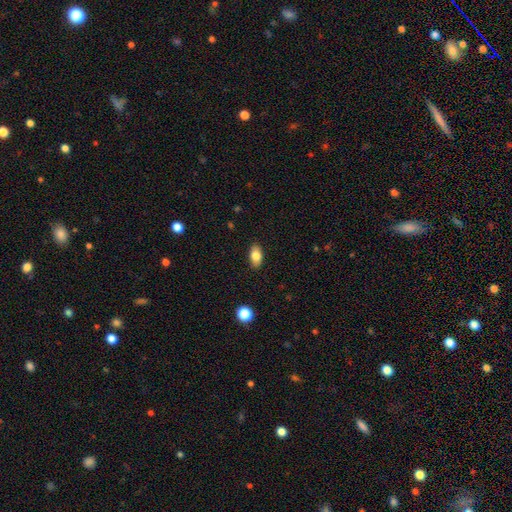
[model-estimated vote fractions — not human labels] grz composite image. It shows a smooth galaxy with no disk features (80%) that is in between round and cigar-shaped (90%). Merging: none (88%).